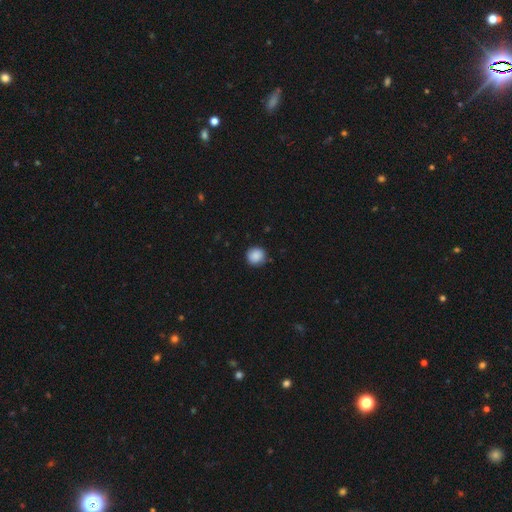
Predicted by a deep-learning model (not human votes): Overall: smooth (88%). How rounded: round (94%). Merging: none (88%).